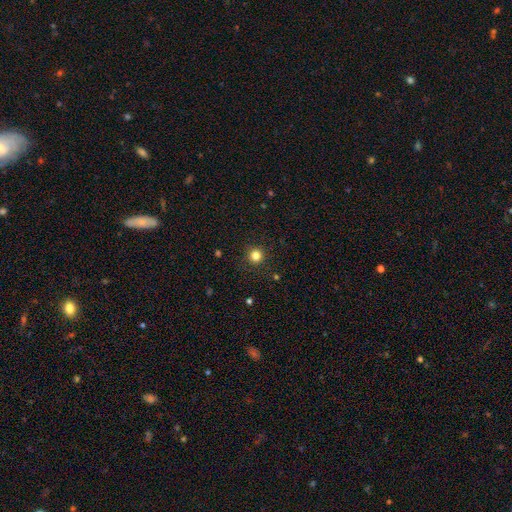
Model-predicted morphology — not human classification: smooth-or-featured: smooth: 82% | star or artifact: 13% | featured or disk: 4%
  how-rounded: round: 96% | in between: 3% | cigar-shaped: 1%
  merging: none: 91% | minor disturbance: 5% | major disturbance: 2% | merger: 1%